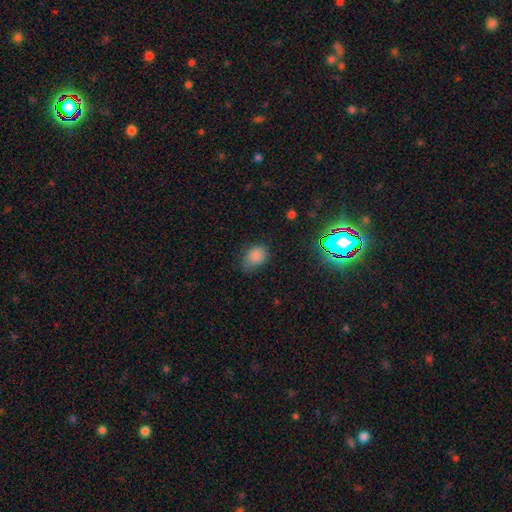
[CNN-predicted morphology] smooth-or-featured: smooth: 81% | star or artifact: 14% | featured or disk: 6%
  how-rounded: in between: 65% | round: 34% | cigar-shaped: 1%
  merging: none: 58% | minor disturbance: 32% | major disturbance: 9% | merger: 2%